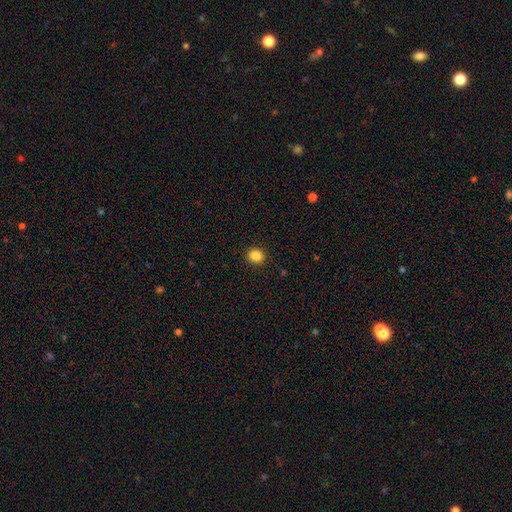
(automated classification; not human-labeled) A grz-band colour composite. It shows a smooth galaxy with no disk features (85%) that is round (75%). Merging: none (91%).